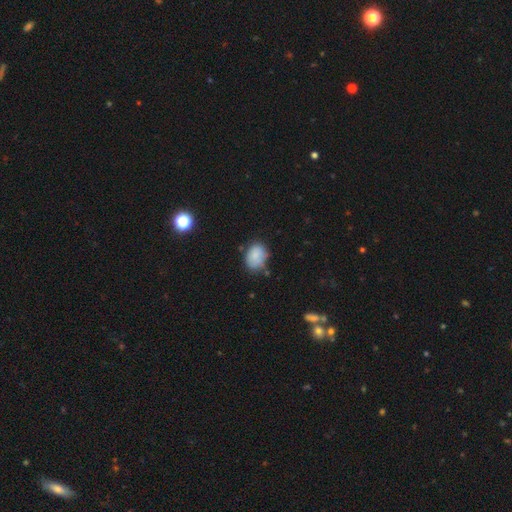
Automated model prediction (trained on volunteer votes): This is clearly a smooth galaxy (83%). How rounded: likely in between (64%). Merging: likely none (63%).